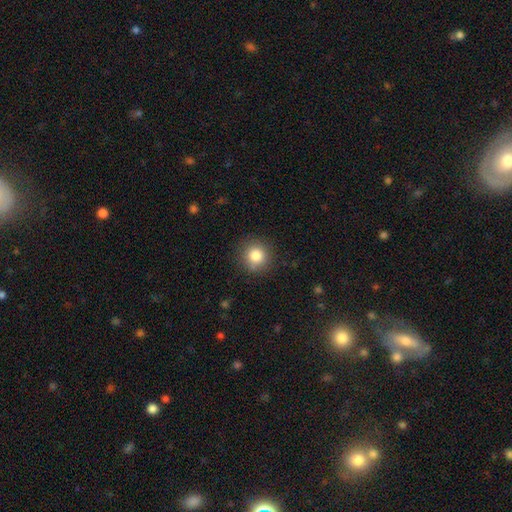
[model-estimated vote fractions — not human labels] Smooth or featured? smooth (82%)
How rounded? round (92%)
Merging? none (87%)